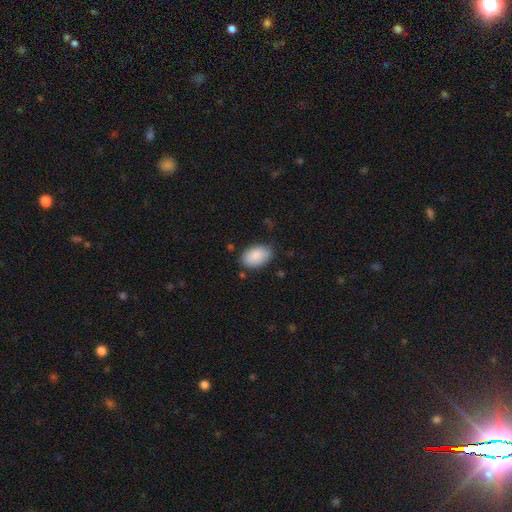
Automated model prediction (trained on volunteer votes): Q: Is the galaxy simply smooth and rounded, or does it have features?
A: smooth — 88%.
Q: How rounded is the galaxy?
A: in between — 92%.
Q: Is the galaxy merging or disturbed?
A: none — 78%.